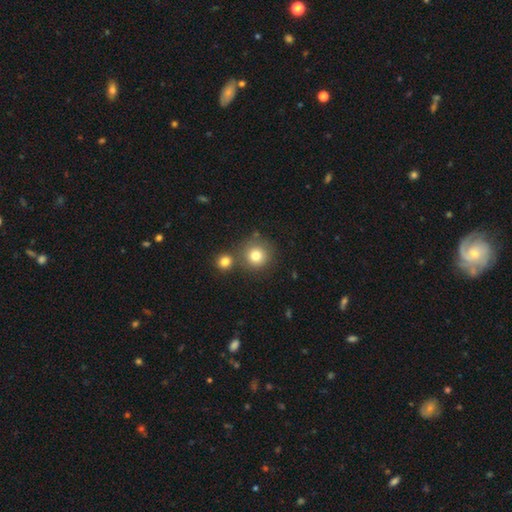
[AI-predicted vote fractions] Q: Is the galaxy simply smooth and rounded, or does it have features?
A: smooth — 79%.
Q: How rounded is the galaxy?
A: round — 94%.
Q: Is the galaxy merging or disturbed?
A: none — 70%.